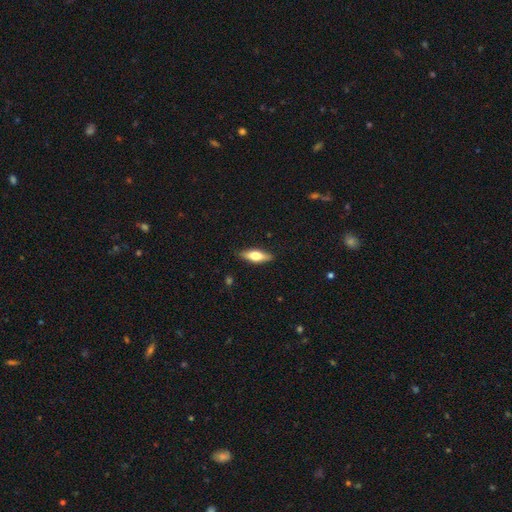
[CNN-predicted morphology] The model was most divided on "how rounded": in between: 56%, cigar-shaped: 41%, round: 3%. More confident: merging — none (87%); smooth or featured — smooth (56%).